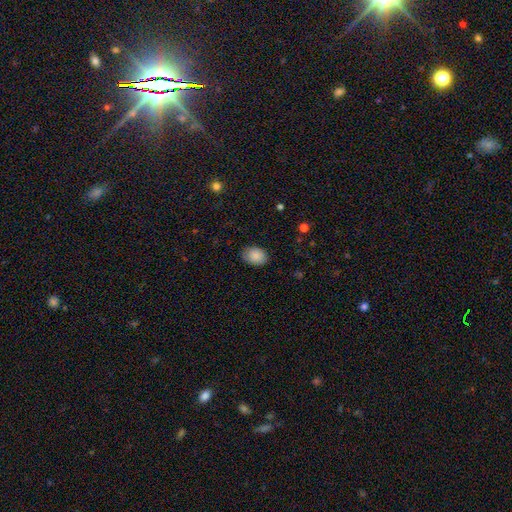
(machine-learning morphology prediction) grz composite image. It shows a smooth galaxy with no disk features (88%) that is in between round and cigar-shaped (75%). Merging: none (84%).